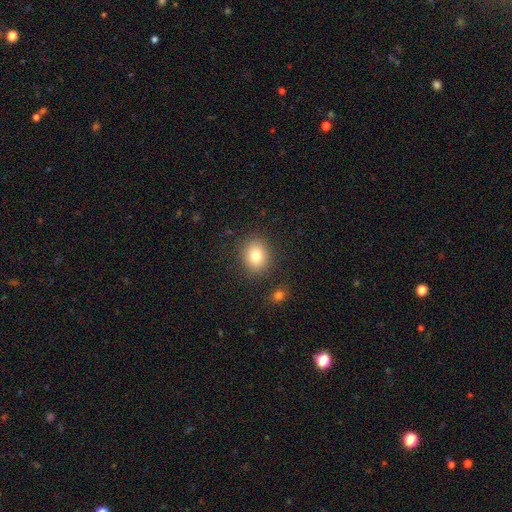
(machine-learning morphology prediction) The model was most divided on "how rounded": round: 63%, in between: 36%, cigar-shaped: 1%. More confident: merging — none (86%); smooth or featured — smooth (80%).